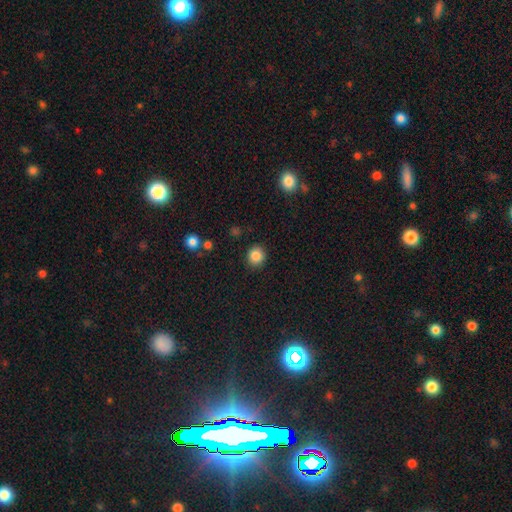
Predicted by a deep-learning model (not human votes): A smooth galaxy with no disk features (85%) that is round (86%). Merging: none (89%).